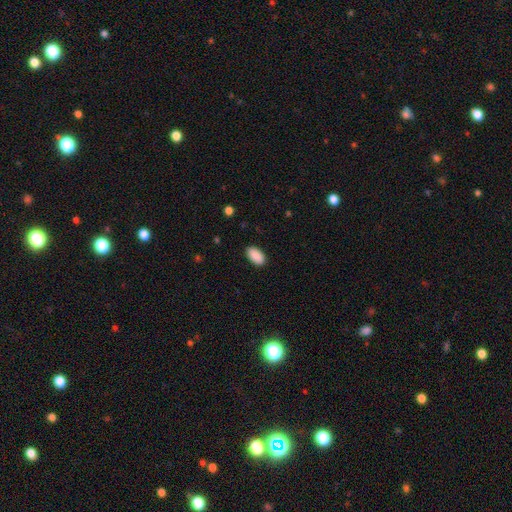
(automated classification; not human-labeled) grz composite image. It shows a smooth galaxy with no disk features (90%) that is in between round and cigar-shaped (95%). Merging: none (89%).